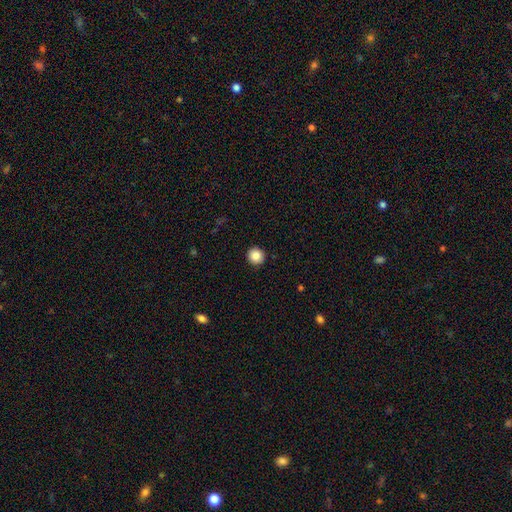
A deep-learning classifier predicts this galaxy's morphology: smooth 86%, star or artifact 9%, featured or disk 4%. Down the decision tree: how rounded — round (94%); merging — none (92%).